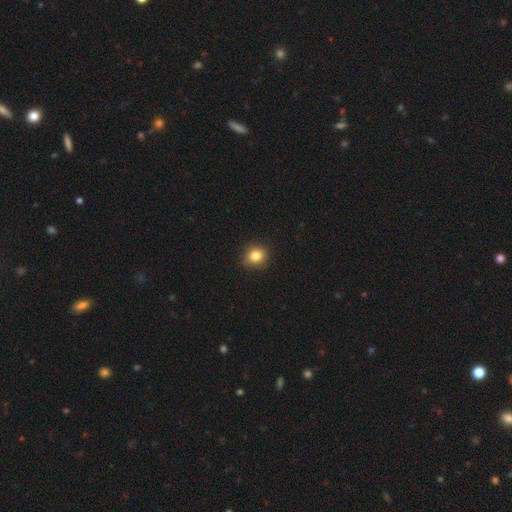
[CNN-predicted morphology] This is clearly a smooth galaxy (84%). How rounded: likely round (75%). Merging: clearly none (84%).